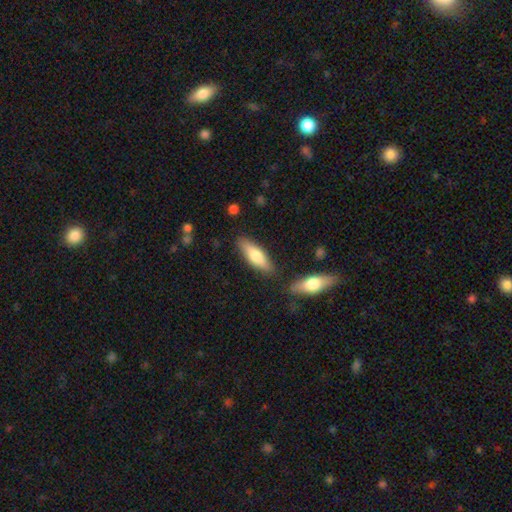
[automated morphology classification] type=smooth (70%); roundness=cigar-shaped (51%); merging=none (81%).